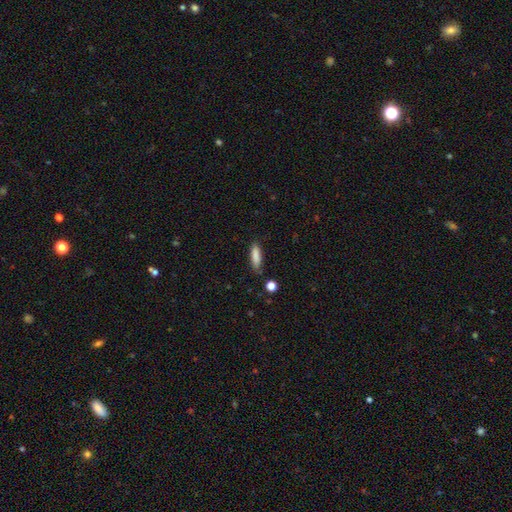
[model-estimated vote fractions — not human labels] Smooth or featured: smooth — 85% (featured or disk — 8%)
How rounded: cigar-shaped — 55% (in between — 43%)
Merging: none — 80% (minor disturbance — 15%)